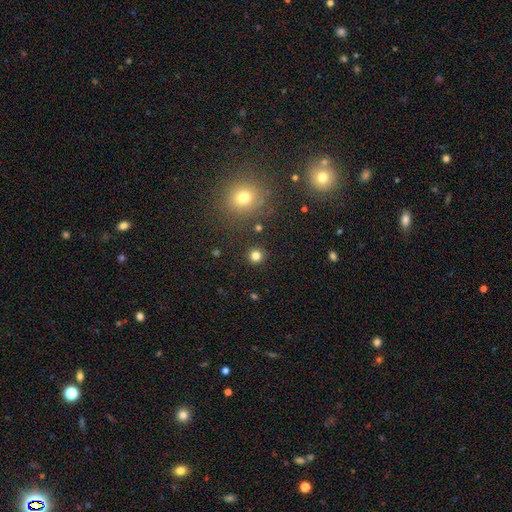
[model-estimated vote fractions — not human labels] The model was most divided on "smooth or featured": smooth: 80%, star or artifact: 15%, featured or disk: 5%. More confident: how rounded — round (93%); merging — none (90%).